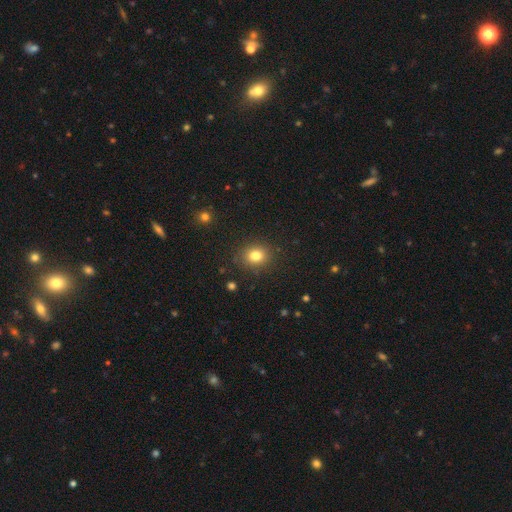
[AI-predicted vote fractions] smooth_or_featured: smooth (p=0.81) [alt: star or artifact p=0.12]
how_rounded: round (p=0.69) [alt: in between p=0.30]
merging: none (p=0.87) [alt: minor disturbance p=0.08]